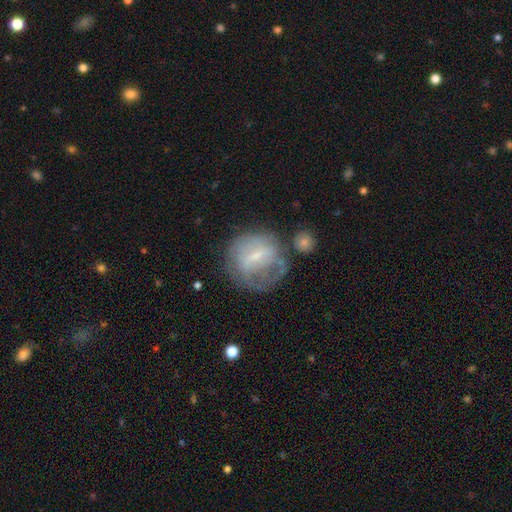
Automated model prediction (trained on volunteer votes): Smooth or featured? Predicted: featured or disk (p=0.55). Edge-on disk? Predicted: no (p=0.95). Bar? Predicted: weak (p=0.51). Spiral arms? Predicted: no (p=0.51). Bulge size? Predicted: small (p=0.55). Merging? Predicted: none (p=0.47).